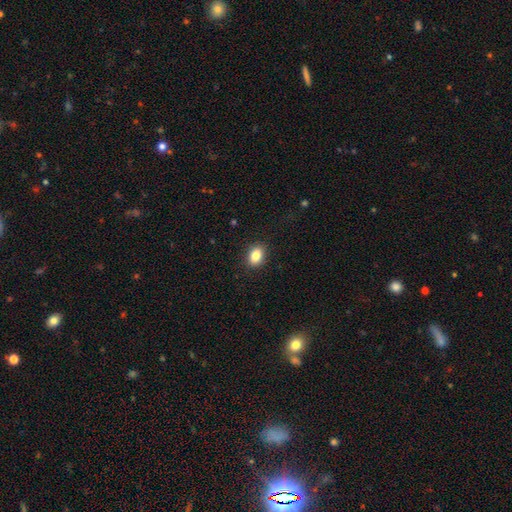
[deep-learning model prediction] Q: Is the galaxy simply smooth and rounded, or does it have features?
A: smooth — 84%.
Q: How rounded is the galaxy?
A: in between — 69%.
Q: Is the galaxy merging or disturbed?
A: none — 89%.